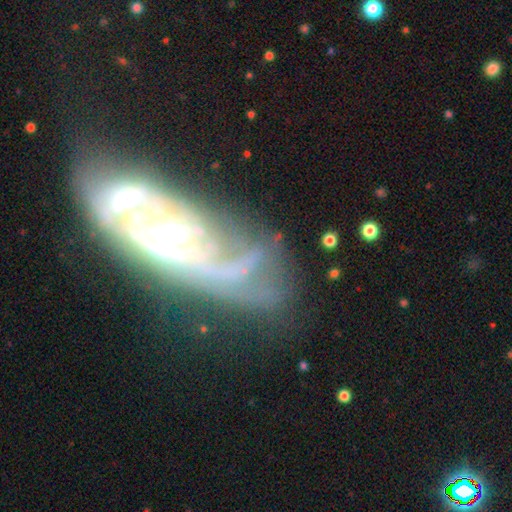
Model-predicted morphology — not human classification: A featured or disk galaxy (74%) with no bar (51%), spiral arms (69%) and a moderate central bulge (40%).

Vote fractions:
- Smooth or featured? featured or disk: 74% / smooth: 14% / star or artifact: 11%
- Edge-on disk? no: 81% / yes: 19%
- Bar? no: 51% / weak: 28% / strong: 21%
- Spiral arms? yes: 69% / no: 31%
- Bulge size? moderate: 40% / small: 34% / none: 13% / large: 9% / dominant: 3%
- Merging? none: 34% / major disturbance: 31% / minor disturbance: 18% / merger: 17%